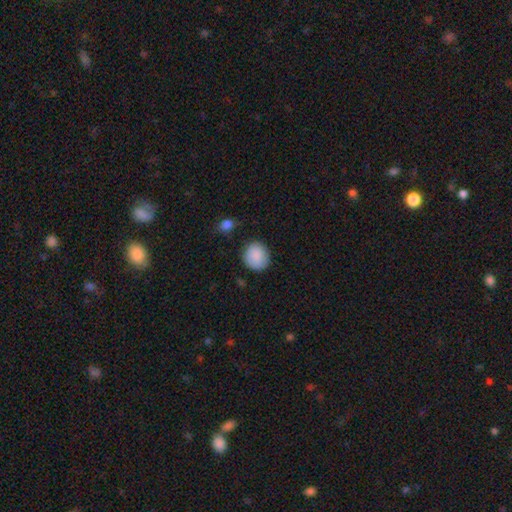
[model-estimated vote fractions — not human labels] This appears to be a smooth galaxy with no disk features (89%) that is round (85%). Merging: none (83%).